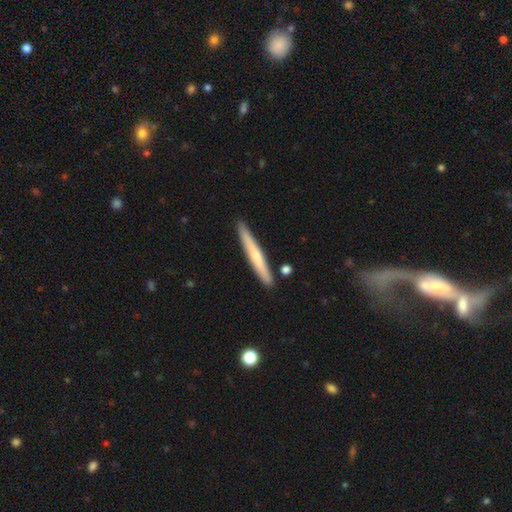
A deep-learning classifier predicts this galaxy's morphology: Smooth or featured? Predicted: featured or disk (p=0.56). Edge-on disk? Predicted: yes (p=0.90). Edge-on bulge? Predicted: rounded (p=0.55). Merging? Predicted: none (p=0.80).